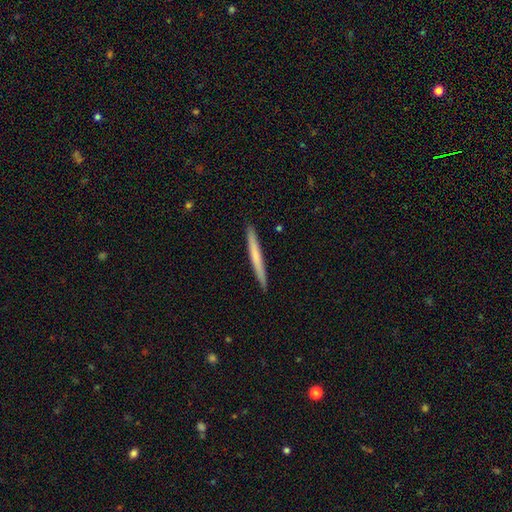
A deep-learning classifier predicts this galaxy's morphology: A smooth galaxy with no disk features (60%) that is cigar-shaped (97%).

Vote fractions:
- Smooth or featured? smooth: 60% / featured or disk: 35% / star or artifact: 5%
- How rounded? cigar-shaped: 97% / in between: 2% / round: 1%
- Merging? none: 93% / minor disturbance: 5% / major disturbance: 1% / merger: 1%